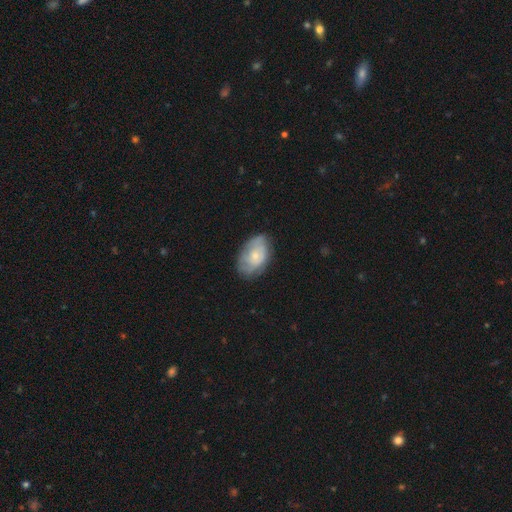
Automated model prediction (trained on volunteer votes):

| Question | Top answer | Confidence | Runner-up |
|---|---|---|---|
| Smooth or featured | featured or disk | 52% | smooth (42%) |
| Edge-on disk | no | 95% | yes (5%) |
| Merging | none | 67% | minor disturbance (24%) |